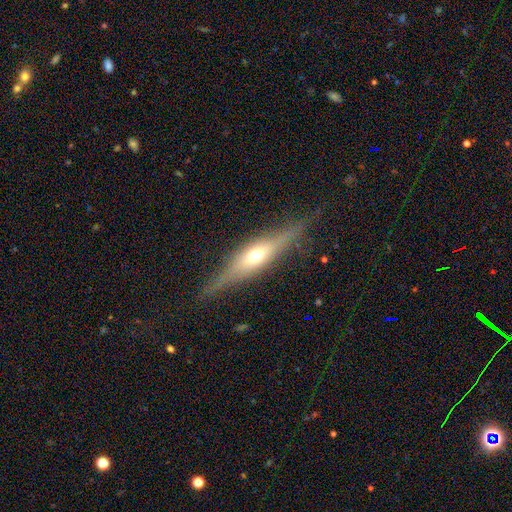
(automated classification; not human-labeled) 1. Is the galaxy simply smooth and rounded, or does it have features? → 67% featured or disk, 26% smooth, 7% star or artifact.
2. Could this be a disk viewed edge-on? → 92% yes, 8% no.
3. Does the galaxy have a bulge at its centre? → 87% rounded, 8% boxy, 5% none.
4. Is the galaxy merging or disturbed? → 82% none, 13% minor disturbance, 4% major disturbance, 1% merger.